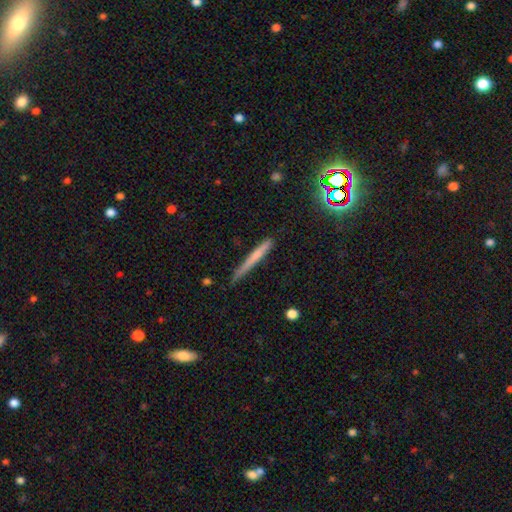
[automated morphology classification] This appears to be a smooth galaxy with no disk features (56%) that is cigar-shaped (95%). Merging: none (73%).